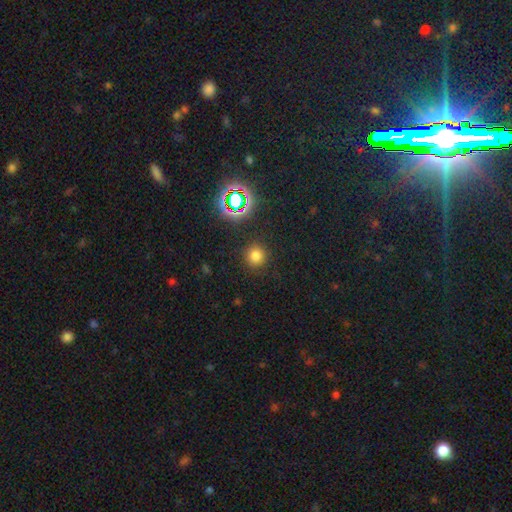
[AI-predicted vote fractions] smooth-or-featured: smooth: 73% | star or artifact: 21% | featured or disk: 6%
  how-rounded: round: 92% | in between: 7% | cigar-shaped: 1%
  merging: none: 88% | minor disturbance: 7% | major disturbance: 3% | merger: 2%